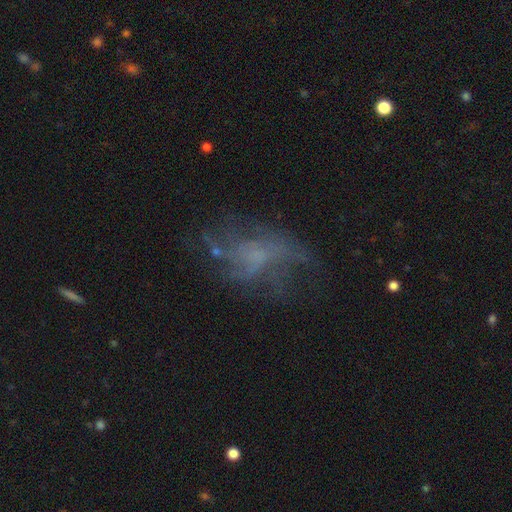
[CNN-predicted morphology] Smooth or featured? featured or disk (59%)
Edge-on disk? no (96%)
Bar? no (78%)
Spiral arms? yes (54%)
Bulge size? none (52%)
Merging? none (49%)